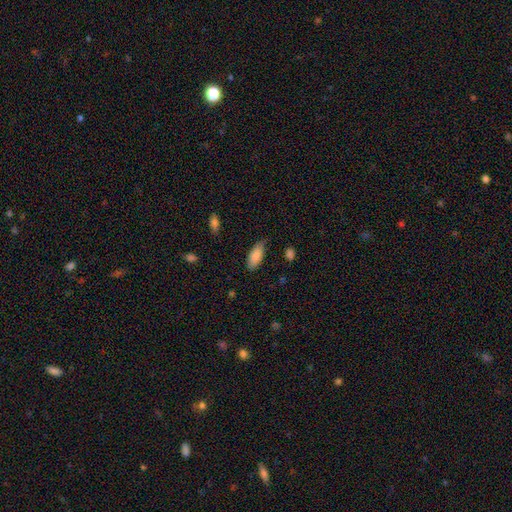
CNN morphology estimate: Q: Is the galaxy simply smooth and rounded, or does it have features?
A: smooth — 86%.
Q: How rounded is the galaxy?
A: in between — 86%.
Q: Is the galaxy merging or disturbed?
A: none — 66%.